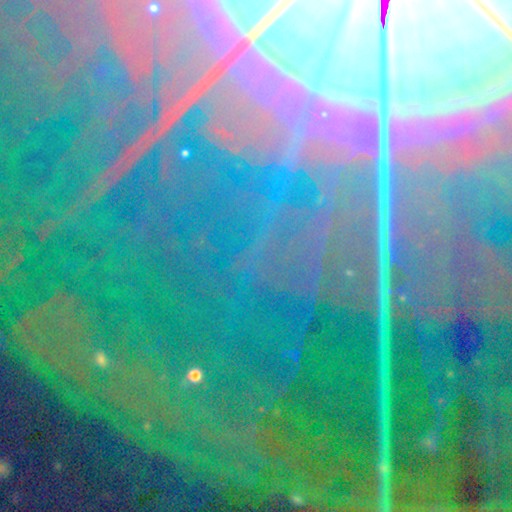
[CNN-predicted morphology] A star or artifact, not a galaxy (86%).